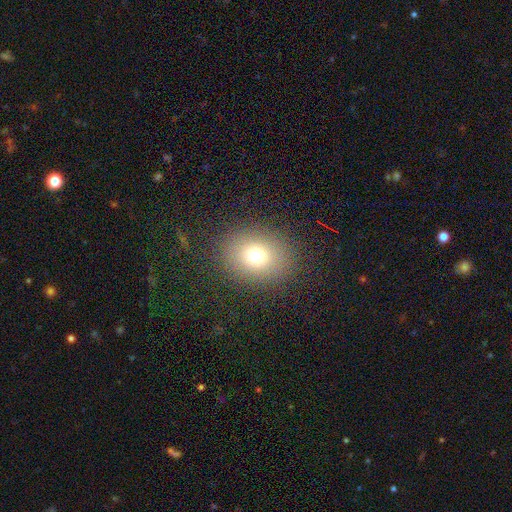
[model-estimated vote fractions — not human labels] Smooth or featured: smooth — 74% (star or artifact — 15%)
How rounded: round — 52% (in between — 47%)
Merging: none — 87% (minor disturbance — 8%)